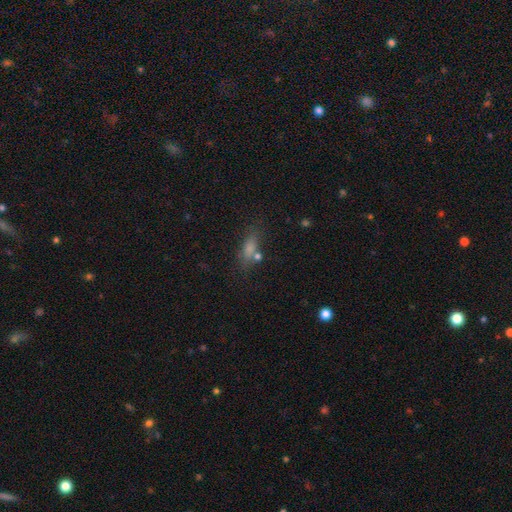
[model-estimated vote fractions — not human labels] smooth_or_featured: smooth (p=0.67) [alt: star or artifact p=0.17]
how_rounded: in between (p=0.59) [alt: cigar-shaped p=0.34]
merging: none (p=0.65) [alt: minor disturbance p=0.17]